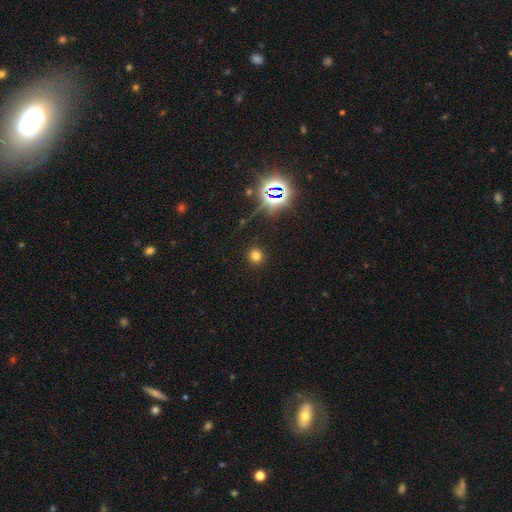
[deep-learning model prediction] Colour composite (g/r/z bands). It shows a smooth galaxy with no disk features (73%) that is round (91%). Merging: none (90%).